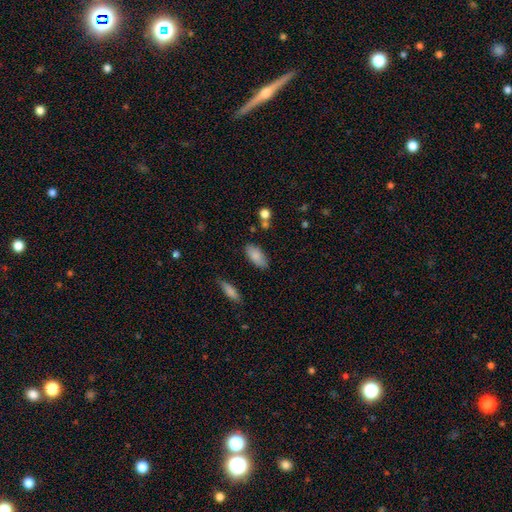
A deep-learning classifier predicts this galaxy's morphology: Smooth or featured? smooth (85%)
How rounded? in between (89%)
Merging? none (80%)